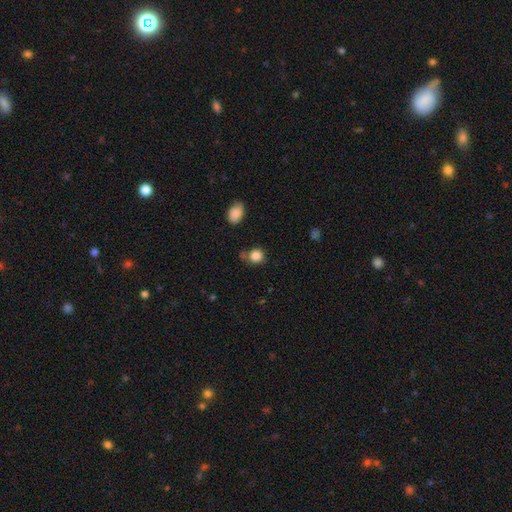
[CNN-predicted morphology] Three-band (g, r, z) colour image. It shows a smooth galaxy with no disk features (84%) that is round (81%). Merging: none (68%).